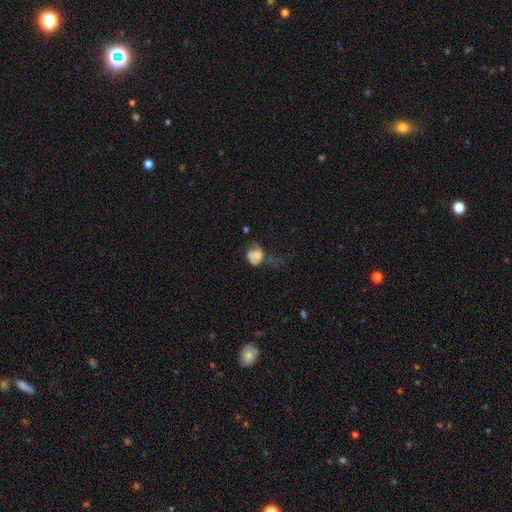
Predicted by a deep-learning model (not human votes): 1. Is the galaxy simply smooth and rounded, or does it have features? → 60% smooth, 30% featured or disk, 10% star or artifact.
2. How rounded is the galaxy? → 55% in between, 44% round, 1% cigar-shaped.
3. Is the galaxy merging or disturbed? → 37% major disturbance, 28% minor disturbance, 25% none, 10% merger.